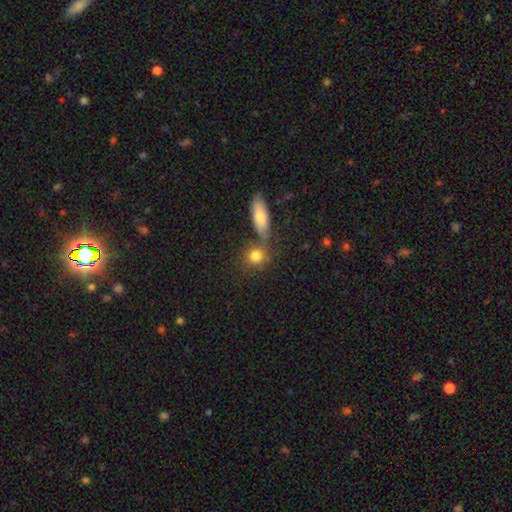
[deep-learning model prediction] A smooth galaxy with no disk features (80%) that is round (73%). Merging: none (57%).